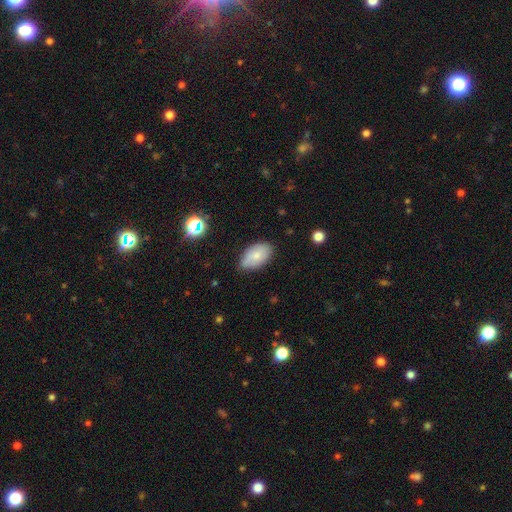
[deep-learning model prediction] smooth_or_featured: smooth (p=0.76) [alt: featured or disk p=0.16]
how_rounded: in between (p=0.93) [alt: round p=0.05]
merging: none (p=0.76) [alt: minor disturbance p=0.19]